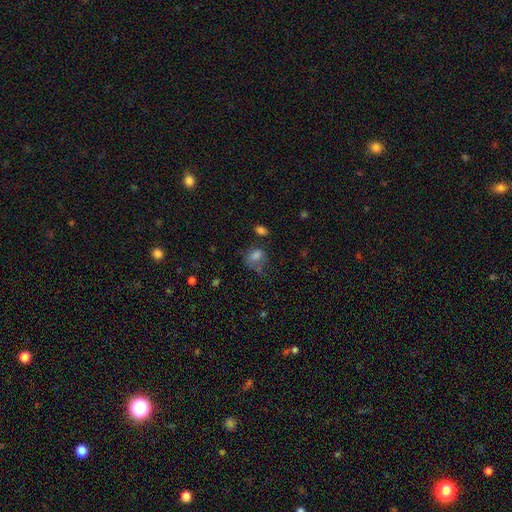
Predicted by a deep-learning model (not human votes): This appears to be a smooth galaxy with no disk features (74%) that is in between round and cigar-shaped (63%). Merging: none (42%).